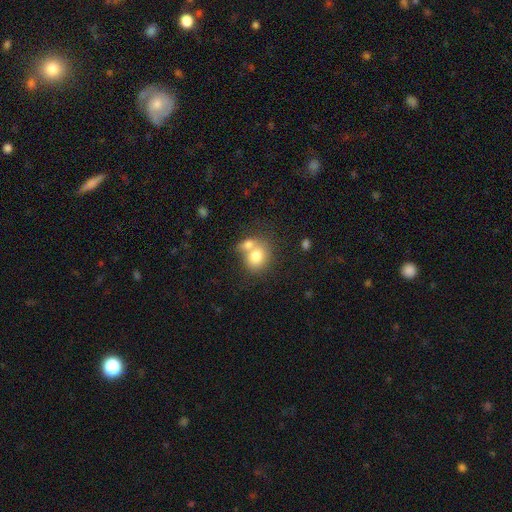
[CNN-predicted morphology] Smooth or featured: smooth — 75% (featured or disk — 16%)
How rounded: round — 62% (in between — 37%)
Merging: merger — 54% (none — 33%)